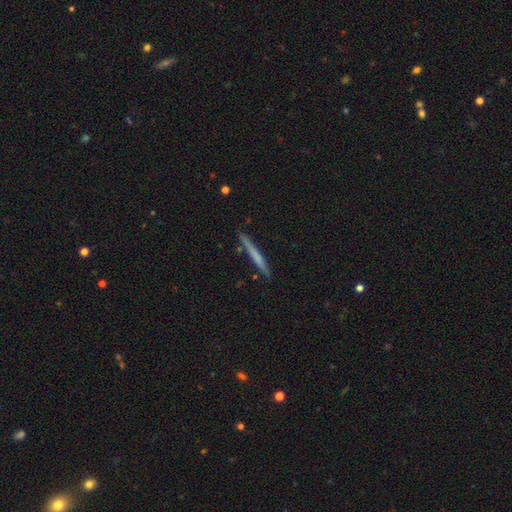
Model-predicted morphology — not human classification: smooth_or_featured: smooth (p=0.55) [alt: featured or disk p=0.40]
how_rounded: cigar-shaped (p=0.97) [alt: in between p=0.02]
merging: none (p=0.88) [alt: minor disturbance p=0.08]